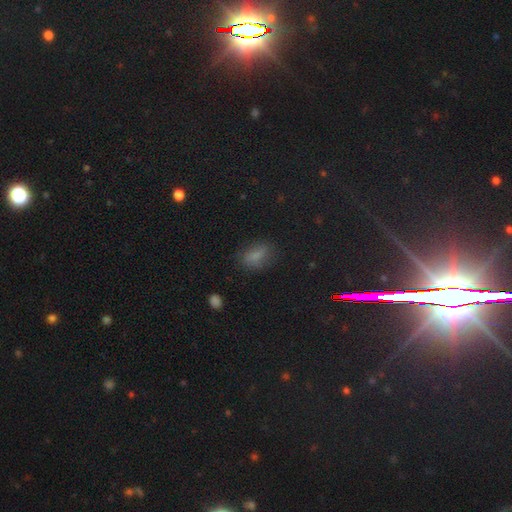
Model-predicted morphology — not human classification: Smooth or featured?
  - smooth: 73% *
  - star or artifact: 15%
  - featured or disk: 12%
How rounded?
  - in between: 81% *
  - round: 14%
  - cigar-shaped: 4%
Merging?
  - none: 70% *
  - minor disturbance: 20%
  - major disturbance: 8%
  - merger: 2%